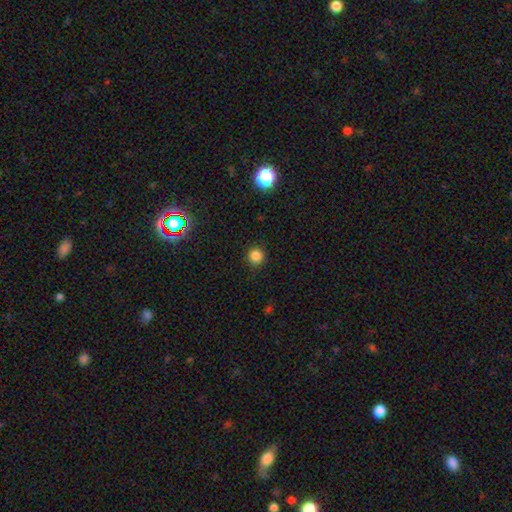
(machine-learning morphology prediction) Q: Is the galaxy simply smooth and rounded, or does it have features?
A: smooth — 84%.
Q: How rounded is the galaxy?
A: round — 94%.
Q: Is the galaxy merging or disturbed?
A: none — 90%.